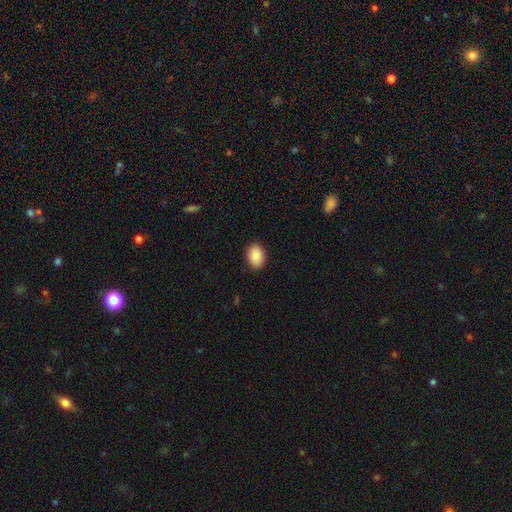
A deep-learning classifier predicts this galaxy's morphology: A smooth galaxy with no disk features (90%) that is in between round and cigar-shaped (81%). Merging: none (90%).